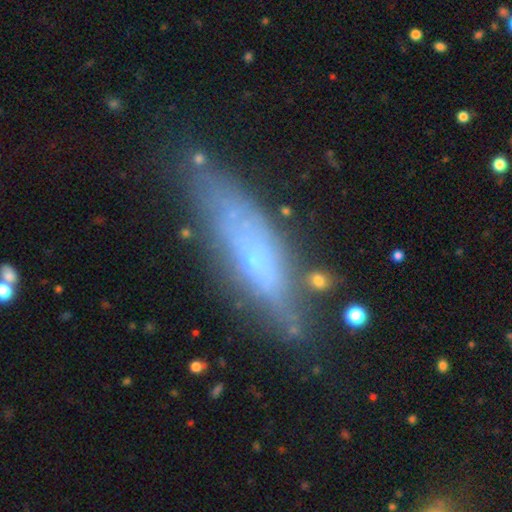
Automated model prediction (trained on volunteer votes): featured or disk 54%, smooth 35%, star or artifact 11%. Down the decision tree: edge-on disk — yes (56%); merging — none (70%).